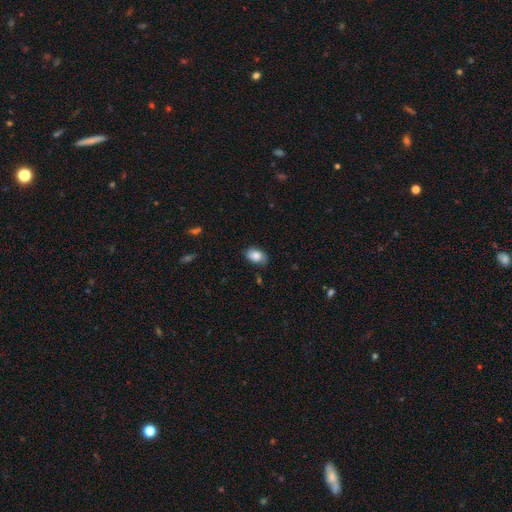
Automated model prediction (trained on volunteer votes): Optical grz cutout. It shows a smooth galaxy with no disk features (84%) that is in between round and cigar-shaped (85%). Merging: none (78%).